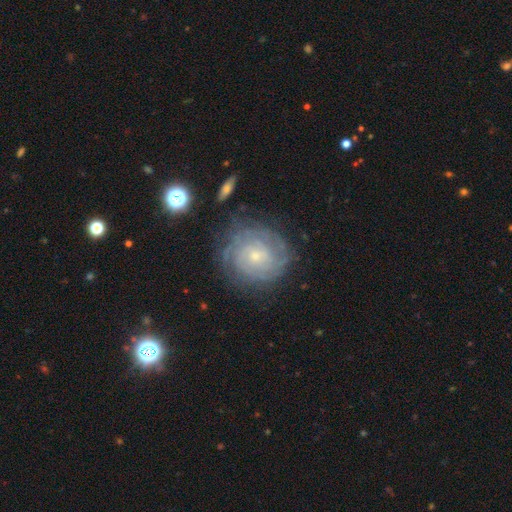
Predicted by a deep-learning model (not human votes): This appears to be a featured or disk galaxy (76%) with no bar (71%), tight (77%) spiral arms (91%) and a small central bulge (74%). Merging: none (74%).